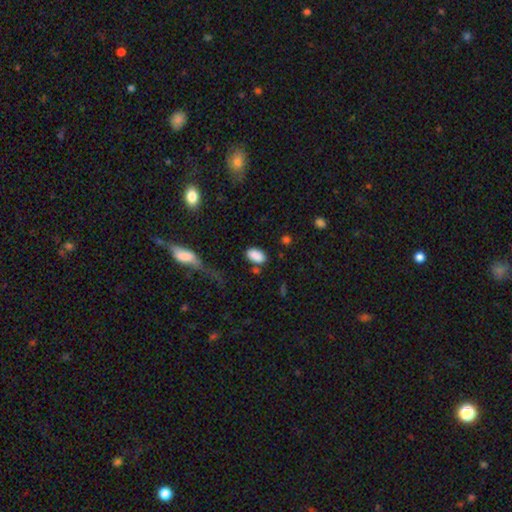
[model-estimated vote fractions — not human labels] Overall: smooth (88%). How rounded: in between (93%). Merging: none (72%).